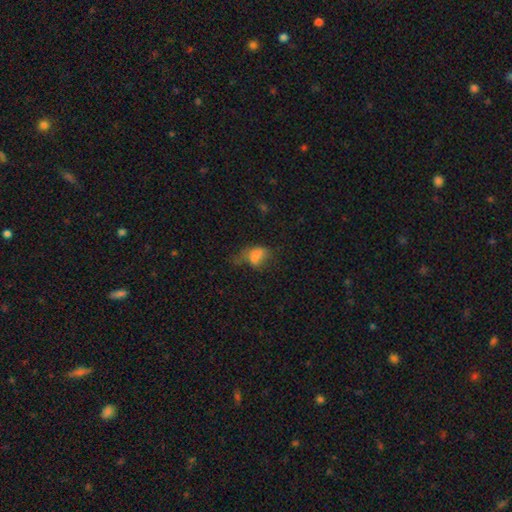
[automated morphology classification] smooth 65%, featured or disk 19%, star or artifact 15%. Down the decision tree: how rounded — in between (78%); merging — major disturbance (38%).